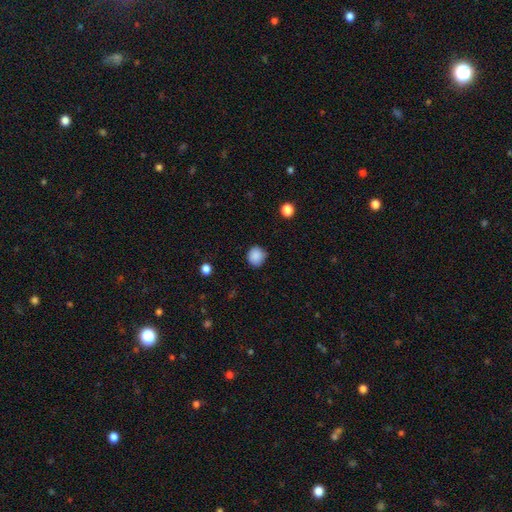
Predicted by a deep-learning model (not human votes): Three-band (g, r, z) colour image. It shows a smooth galaxy with no disk features (88%) that is round (87%). Merging: none (81%).